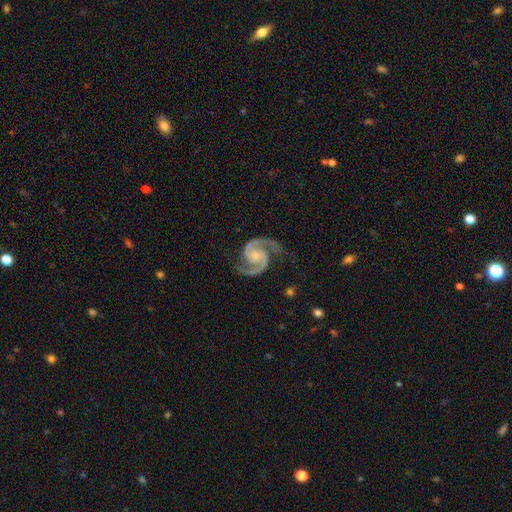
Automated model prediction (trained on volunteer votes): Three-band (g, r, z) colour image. It shows a featured or disk galaxy (94%) with no bar (60%), 2 (95%) medium (65%) spiral arms (99%) and a small central bulge (56%). Merging: none (79%).